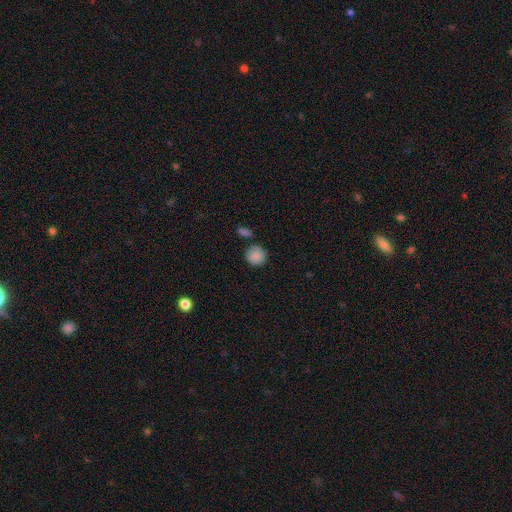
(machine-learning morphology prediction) Q: Smooth or featured?
A: smooth (88%); runner-up: star or artifact (8%)
Q: How rounded?
A: round (90%); runner-up: in between (9%)
Q: Merging?
A: none (75%); runner-up: minor disturbance (13%)